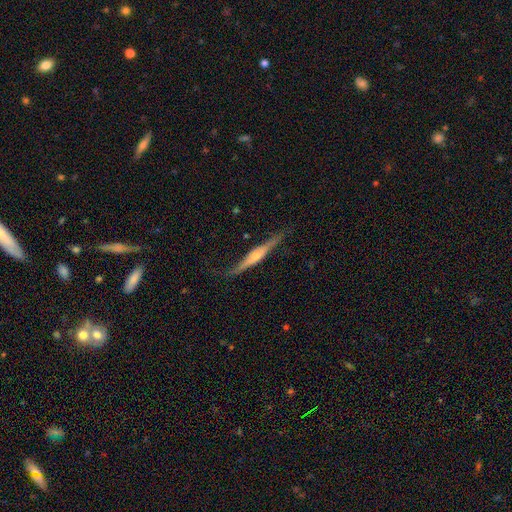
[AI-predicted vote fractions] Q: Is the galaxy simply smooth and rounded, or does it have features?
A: featured or disk — 73%.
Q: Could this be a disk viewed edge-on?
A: yes — 94%.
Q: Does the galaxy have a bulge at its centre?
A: rounded — 77%.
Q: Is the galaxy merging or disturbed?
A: none — 73%.